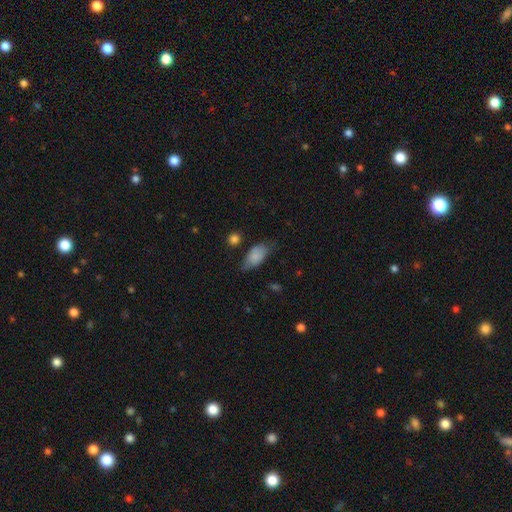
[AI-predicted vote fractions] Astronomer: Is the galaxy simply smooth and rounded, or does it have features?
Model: smooth — 78%.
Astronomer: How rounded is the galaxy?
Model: in between — 90%.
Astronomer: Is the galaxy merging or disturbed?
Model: none — 52% (runner-up: minor disturbance, 33%).